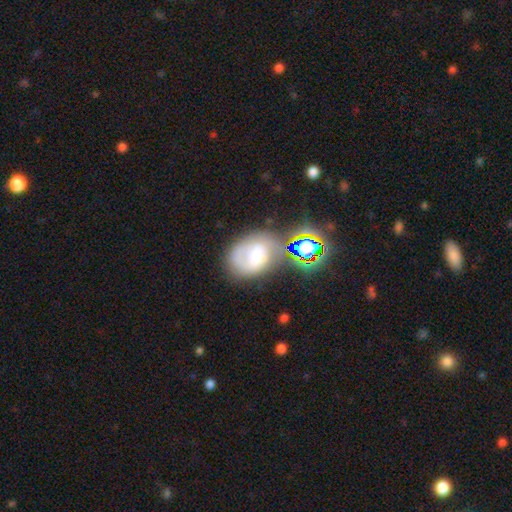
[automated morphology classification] featured or disk 50%, smooth 35%, star or artifact 16%. Down the decision tree: merging — none (50%).